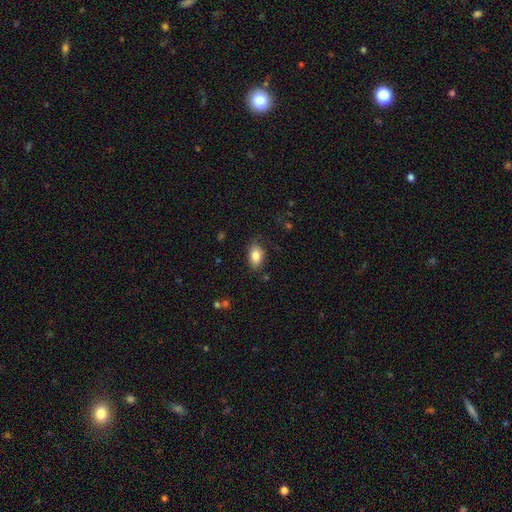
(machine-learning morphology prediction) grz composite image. It shows a smooth galaxy with no disk features (82%) that is in between round and cigar-shaped (89%). Merging: none (81%).